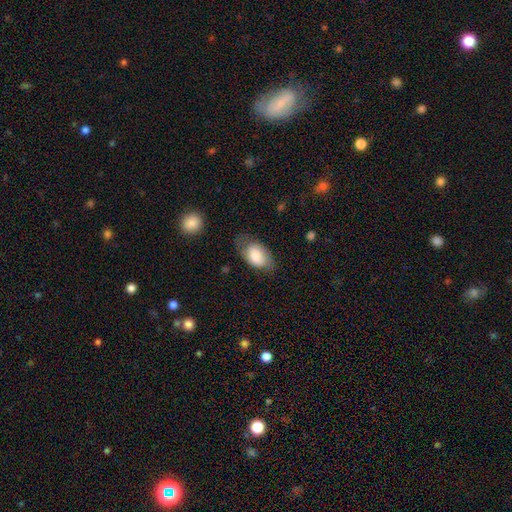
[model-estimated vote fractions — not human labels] Smooth or featured? smooth (74%)
How rounded? in between (89%)
Merging? none (60%)